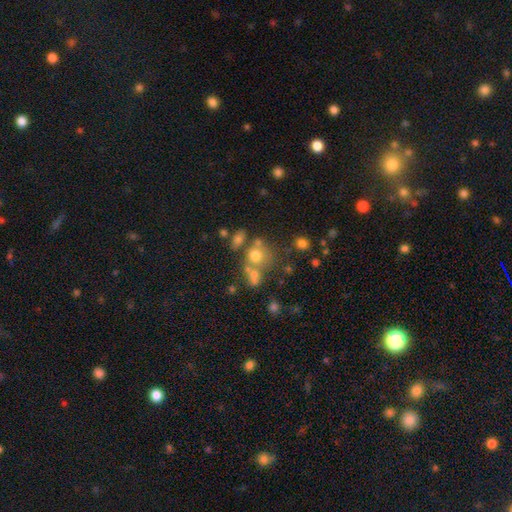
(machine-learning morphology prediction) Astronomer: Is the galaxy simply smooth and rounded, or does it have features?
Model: smooth — 64%.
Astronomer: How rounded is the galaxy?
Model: round — 75%.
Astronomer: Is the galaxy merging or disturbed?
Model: none — 47% (runner-up: merger, 35%).